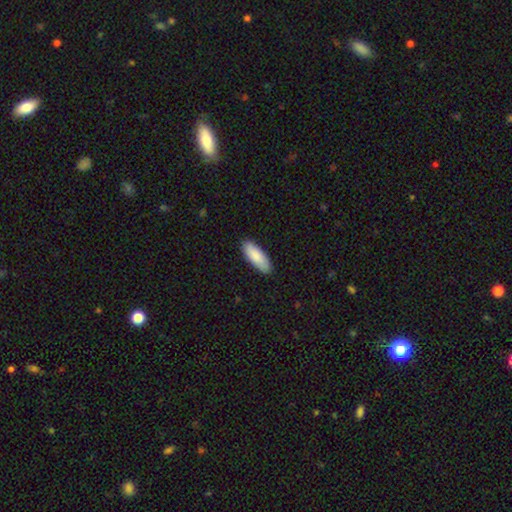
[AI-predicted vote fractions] This is clearly a smooth galaxy (87%). How rounded: likely in between (71%). Merging: clearly none (88%).